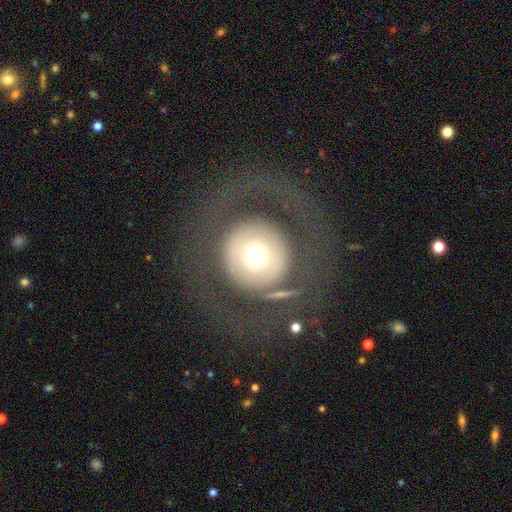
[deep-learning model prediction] A smooth galaxy with no disk features (52%) that is round (93%).

Vote fractions:
- Smooth or featured? smooth: 52% / featured or disk: 37% / star or artifact: 10%
- How rounded? round: 93% / in between: 6% / cigar-shaped: 1%
- Merging? none: 63% / major disturbance: 22% / minor disturbance: 11% / merger: 4%